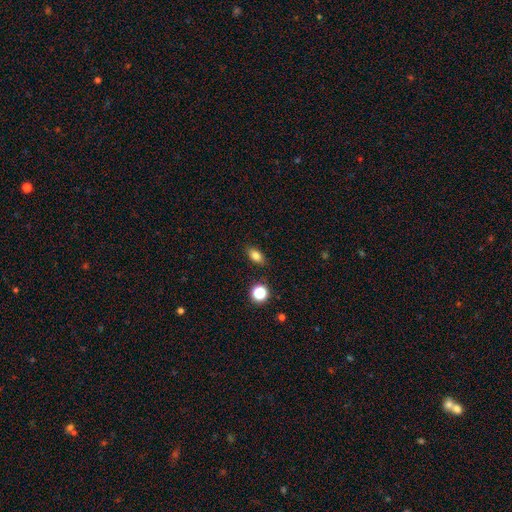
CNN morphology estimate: smooth-or-featured: smooth: 81% | star or artifact: 11% | featured or disk: 8%
  how-rounded: in between: 82% | round: 13% | cigar-shaped: 5%
  merging: none: 85% | minor disturbance: 10% | major disturbance: 3% | merger: 2%